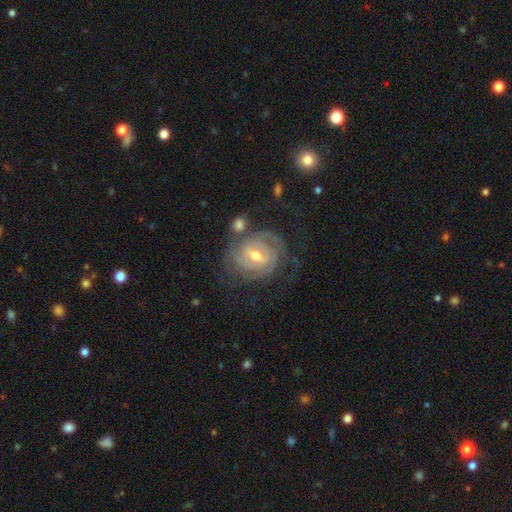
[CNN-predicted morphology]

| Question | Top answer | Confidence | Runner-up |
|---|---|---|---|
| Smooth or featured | featured or disk | 86% | smooth (9%) |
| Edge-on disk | no | 97% | yes (3%) |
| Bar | weak | 53% | no (24%) |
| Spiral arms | yes | 94% | no (6%) |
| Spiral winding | tight | 77% | medium (18%) |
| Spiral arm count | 2 | 34% | can't tell (30%) |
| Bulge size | moderate | 66% | small (30%) |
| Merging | none | 67% | minor disturbance (17%) |